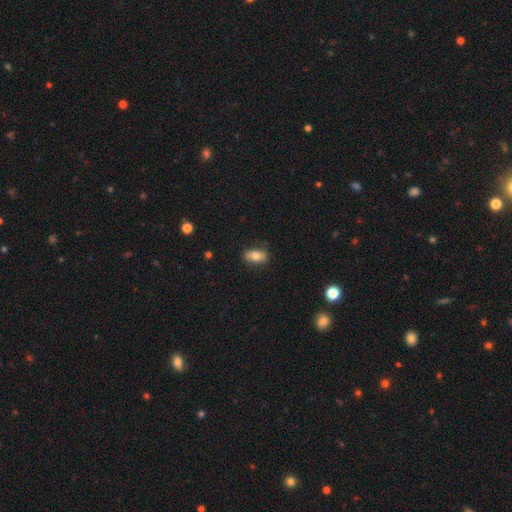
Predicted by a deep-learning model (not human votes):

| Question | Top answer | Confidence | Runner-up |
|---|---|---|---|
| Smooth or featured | smooth | 73% | featured or disk (19%) |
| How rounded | in between | 83% | cigar-shaped (11%) |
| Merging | none | 81% | minor disturbance (15%) |